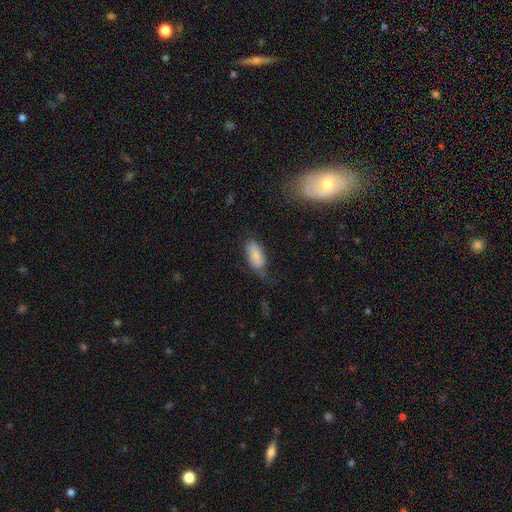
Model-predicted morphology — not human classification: This is clearly a smooth galaxy (81%). How rounded: clearly in between (89%). Merging: possibly none (50%).